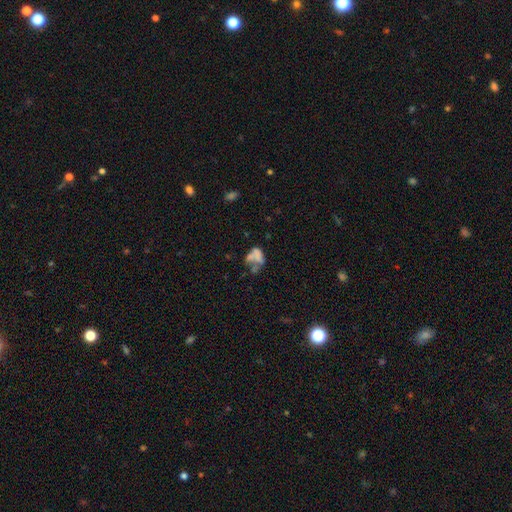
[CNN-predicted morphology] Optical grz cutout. It shows a smooth galaxy with no disk features (47%). Merging: merger (32%).